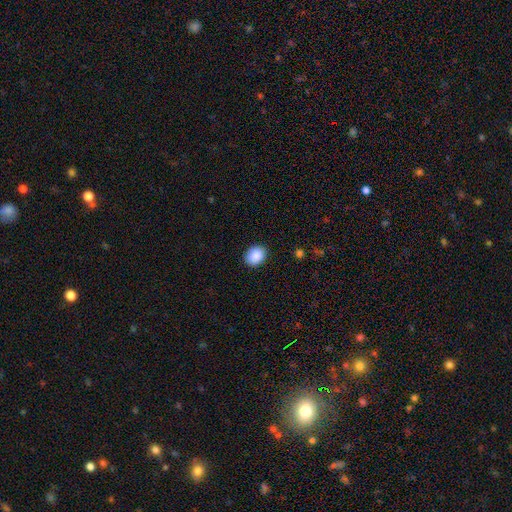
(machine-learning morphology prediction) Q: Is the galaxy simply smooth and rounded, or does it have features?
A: smooth — 89%.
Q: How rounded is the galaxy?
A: round — 53%.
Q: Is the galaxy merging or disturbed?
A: none — 88%.